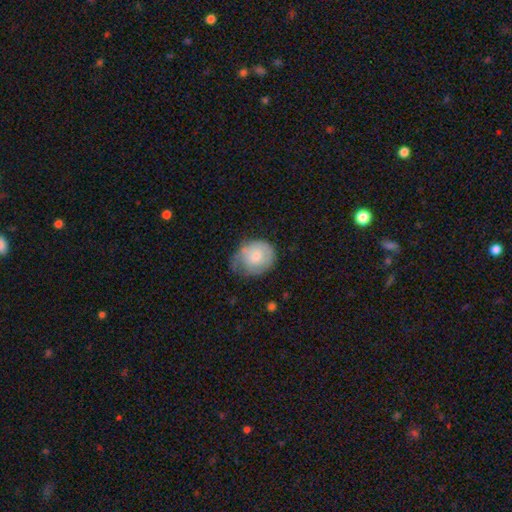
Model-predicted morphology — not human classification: Smooth or featured?
  - smooth: 61% *
  - featured or disk: 33%
  - star or artifact: 6%
How rounded?
  - round: 70% *
  - in between: 30%
  - cigar-shaped: 1%
Merging?
  - none: 41% *
  - minor disturbance: 39%
  - major disturbance: 18%
  - merger: 2%